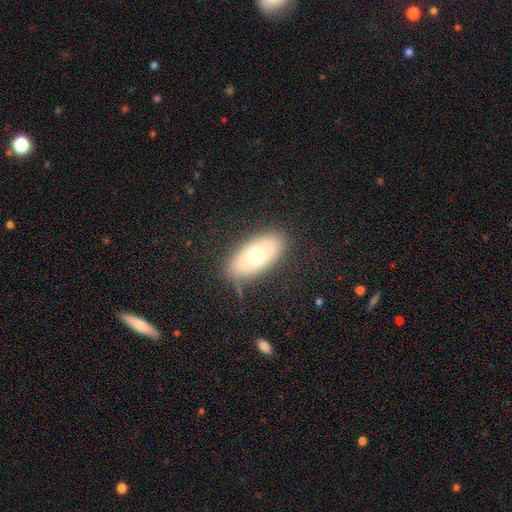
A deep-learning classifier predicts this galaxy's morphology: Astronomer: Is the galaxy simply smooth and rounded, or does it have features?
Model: smooth — 57% (runner-up: featured or disk, 36%).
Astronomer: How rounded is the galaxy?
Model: in between — 90%.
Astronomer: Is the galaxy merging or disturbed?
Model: none — 78%.